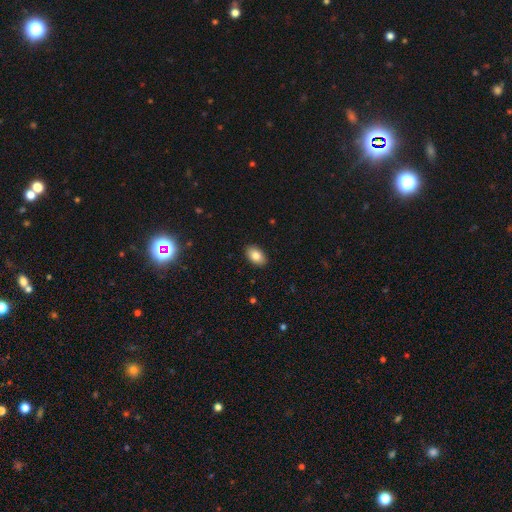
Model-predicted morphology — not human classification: Smooth or featured? Predicted: smooth (p=0.84). How rounded? Predicted: in between (p=0.91). Merging? Predicted: none (p=0.90).